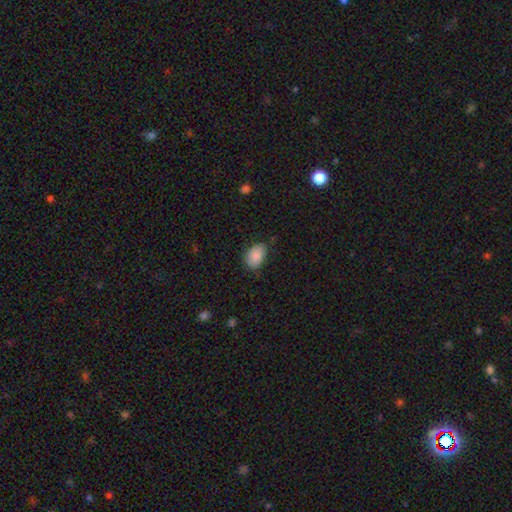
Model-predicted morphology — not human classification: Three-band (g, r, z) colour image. It shows a smooth galaxy with no disk features (87%) that is in between round and cigar-shaped (85%). Merging: none (71%).